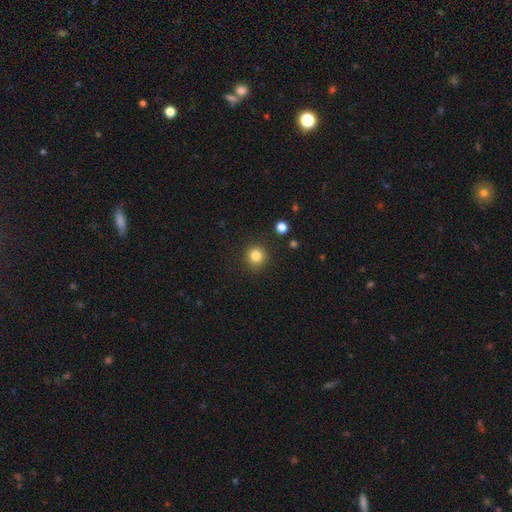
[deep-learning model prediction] smooth 83%, star or artifact 12%, featured or disk 5%. Down the decision tree: how rounded — round (93%); merging — none (90%).